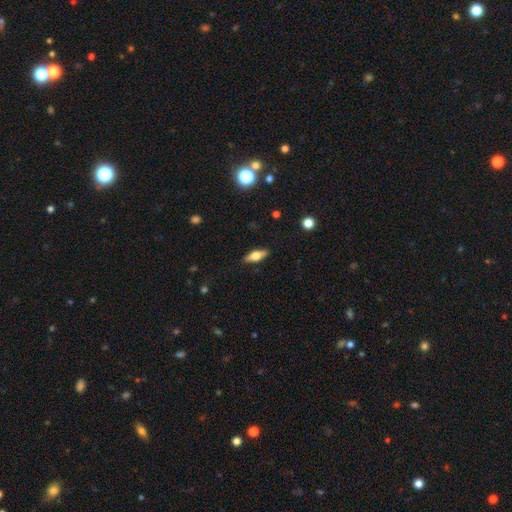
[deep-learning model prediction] A smooth galaxy with no disk features (47%). Merging: none (88%).